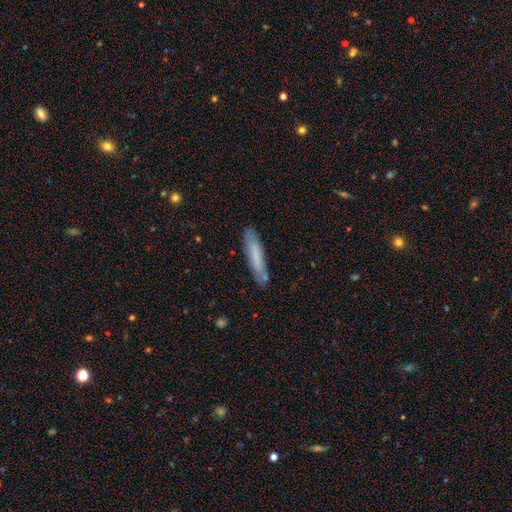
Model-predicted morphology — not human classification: smooth-or-featured: smooth: 71% | featured or disk: 22% | star or artifact: 6%
  how-rounded: cigar-shaped: 88% | in between: 11% | round: 1%
  merging: none: 80% | minor disturbance: 14% | merger: 3% | major disturbance: 3%